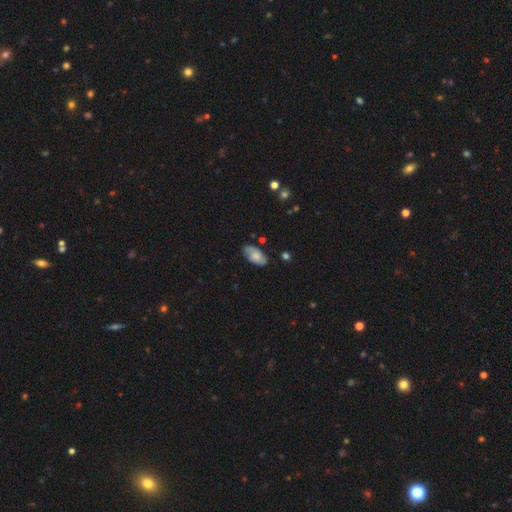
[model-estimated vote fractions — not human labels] Smooth or featured?
  - smooth: 53% *
  - featured or disk: 39%
  - star or artifact: 8%
How rounded?
  - in between: 92% *
  - round: 4%
  - cigar-shaped: 3%
Merging?
  - none: 73% *
  - minor disturbance: 20%
  - major disturbance: 5%
  - merger: 2%